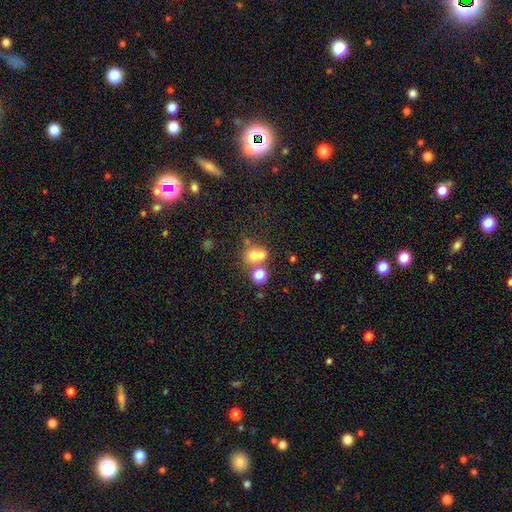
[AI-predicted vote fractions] Smooth or featured: smooth — 65% (star or artifact — 17%)
How rounded: round — 73% (in between — 26%)
Merging: merger — 50% (none — 36%)